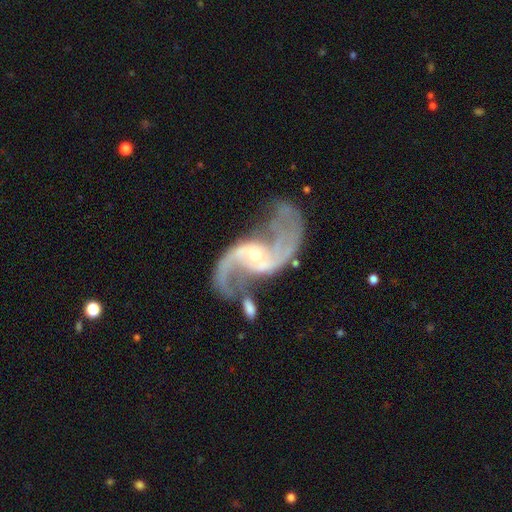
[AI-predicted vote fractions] A featured or disk galaxy (92%) with no bar (44%), 2 (93%) loose (65%) spiral arms (97%) and a small central bulge (72%). Merging: none (57%).